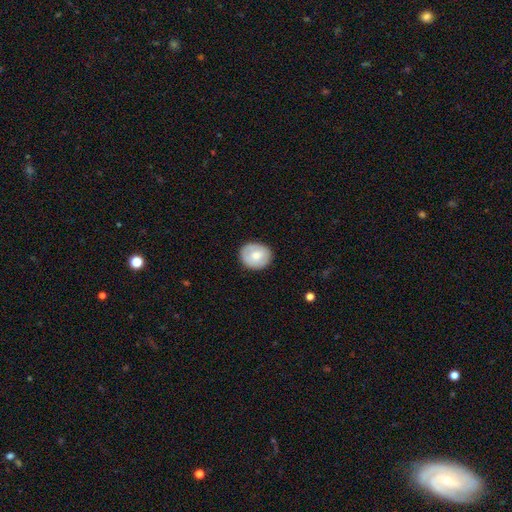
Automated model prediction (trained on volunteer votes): A smooth galaxy with no disk features (70%) that is round (67%).

Vote fractions:
- Smooth or featured? smooth: 70% / featured or disk: 23% / star or artifact: 6%
- How rounded? round: 67% / in between: 32% / cigar-shaped: 1%
- Merging? none: 86% / minor disturbance: 10% / major disturbance: 2% / merger: 1%